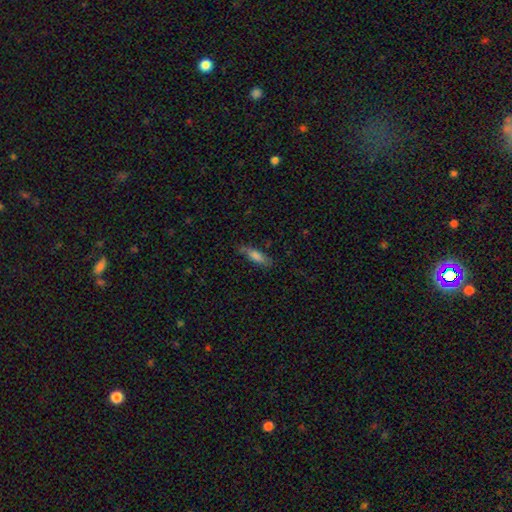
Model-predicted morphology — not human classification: Overall: smooth (75%). How rounded: cigar-shaped (53%; in between 45%). Merging: none (70%).